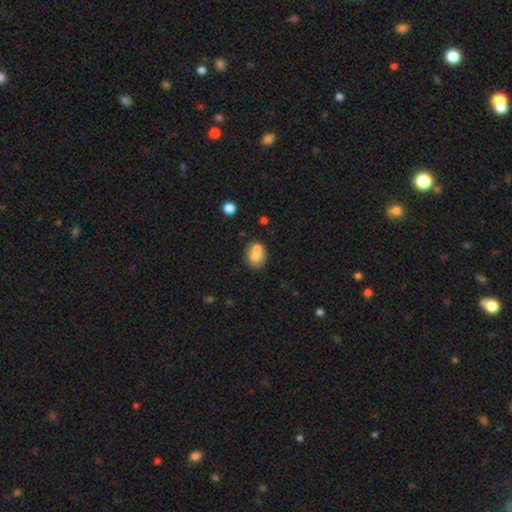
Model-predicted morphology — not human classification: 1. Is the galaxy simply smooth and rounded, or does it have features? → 70% smooth, 21% featured or disk, 10% star or artifact.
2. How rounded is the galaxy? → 56% round, 43% in between, 1% cigar-shaped.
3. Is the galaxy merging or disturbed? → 44% none, 43% merger, 10% minor disturbance, 3% major disturbance.